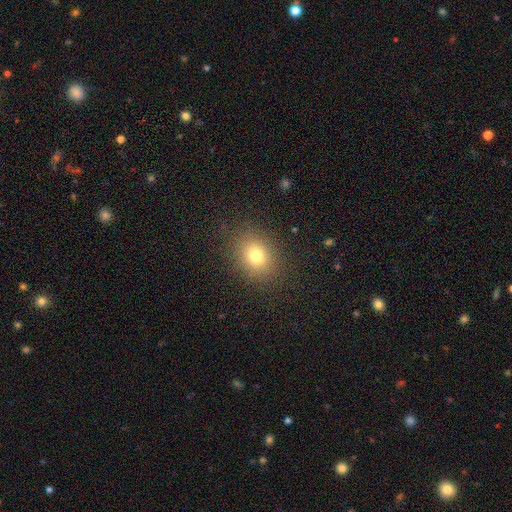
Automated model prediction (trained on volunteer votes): smooth_or_featured: smooth (p=0.76) [alt: star or artifact p=0.14]
how_rounded: round (p=0.54) [alt: in between p=0.45]
merging: none (p=0.87) [alt: minor disturbance p=0.08]